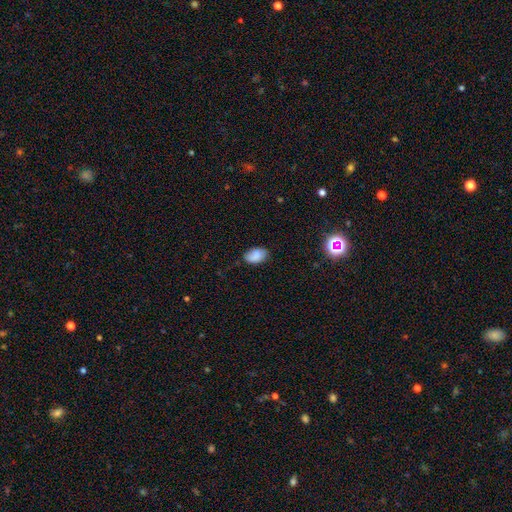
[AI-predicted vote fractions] Smooth or featured? Predicted: smooth (p=0.82). How rounded? Predicted: in between (p=0.89). Merging? Predicted: none (p=0.75).